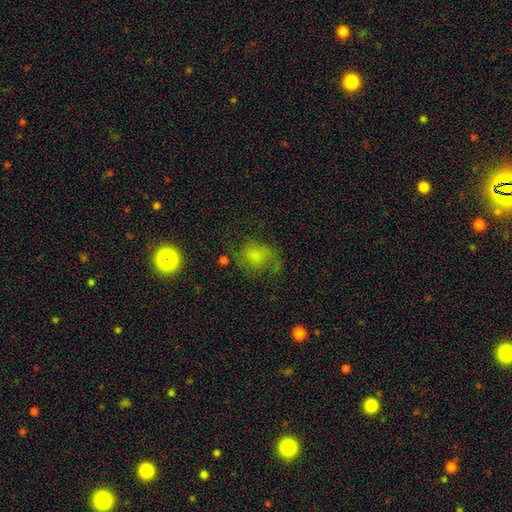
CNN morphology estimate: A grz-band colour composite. It shows a smooth galaxy with no disk features (59%) that is round (57%). Merging: none (47%).